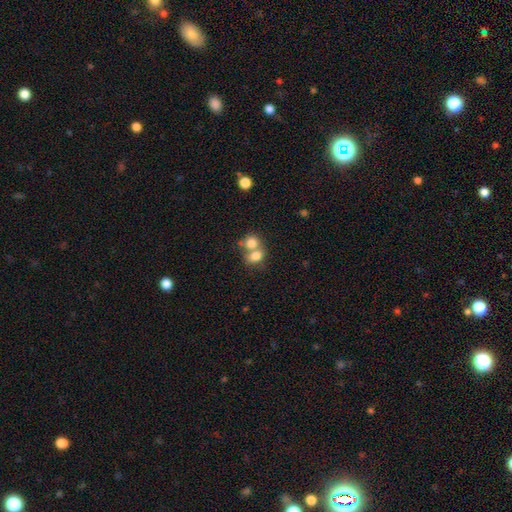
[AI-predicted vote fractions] smooth-or-featured: smooth: 76% | featured or disk: 14% | star or artifact: 10%
  how-rounded: round: 53% | in between: 46% | cigar-shaped: 1%
  merging: merger: 64% | none: 26% | minor disturbance: 6% | major disturbance: 4%